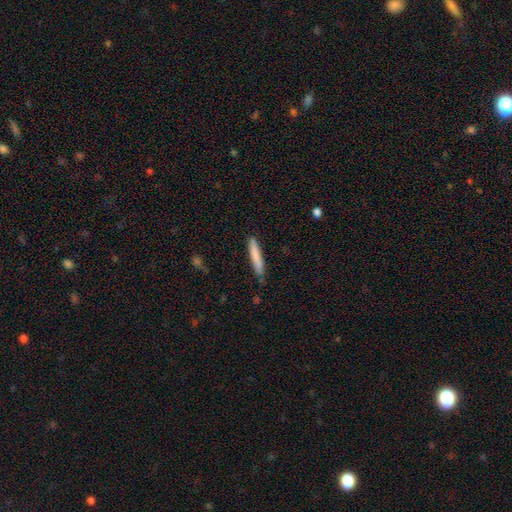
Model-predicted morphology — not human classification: A smooth galaxy with no disk features (79%) that is cigar-shaped (94%).

Vote fractions:
- Smooth or featured? smooth: 79% / featured or disk: 15% / star or artifact: 6%
- How rounded? cigar-shaped: 94% / in between: 5% / round: 1%
- Merging? none: 84% / minor disturbance: 12% / major disturbance: 2% / merger: 2%